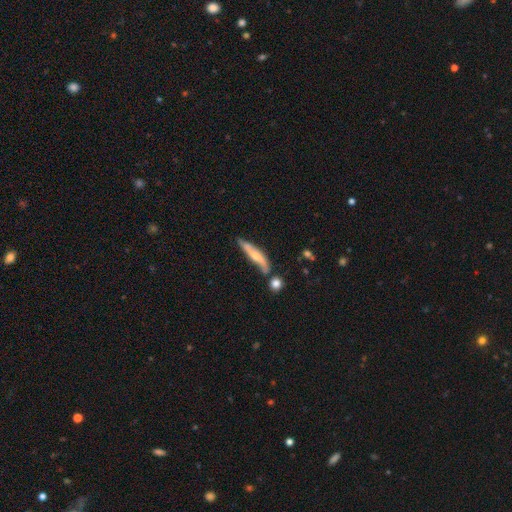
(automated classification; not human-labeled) Morphology: type=featured or disk (50%); edge-on=yes (63%); merging=none (49%).